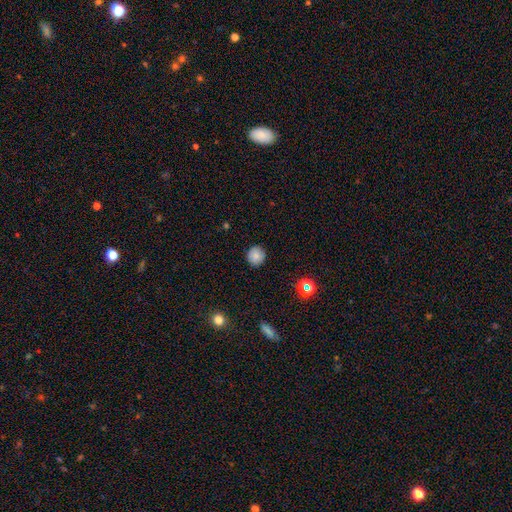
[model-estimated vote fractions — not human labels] This is clearly a smooth galaxy (82%). How rounded: clearly round (92%). Merging: clearly none (90%).